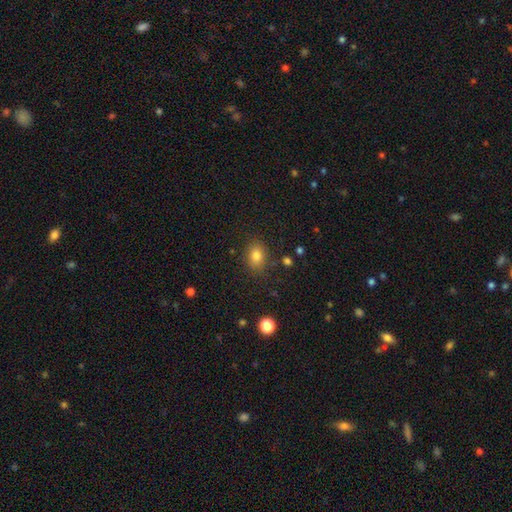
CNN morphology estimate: This is likely a smooth galaxy (79%). How rounded: likely in between (61%). Merging: clearly none (84%).